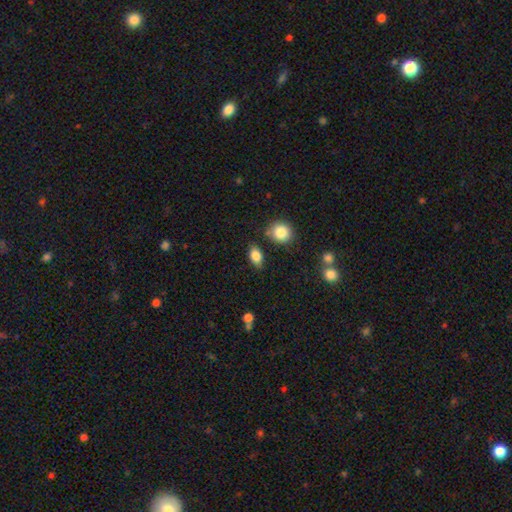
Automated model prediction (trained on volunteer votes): A smooth galaxy with no disk features (85%) that is in between round and cigar-shaped (84%).

Vote fractions:
- Smooth or featured? smooth: 85% / star or artifact: 8% / featured or disk: 7%
- How rounded? in between: 84% / round: 13% / cigar-shaped: 3%
- Merging? none: 78% / minor disturbance: 14% / merger: 5% / major disturbance: 3%